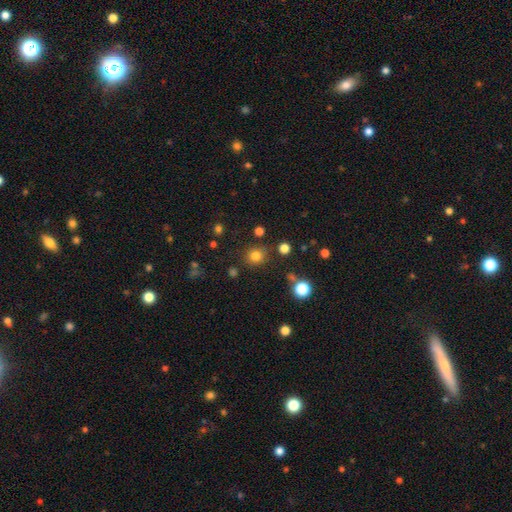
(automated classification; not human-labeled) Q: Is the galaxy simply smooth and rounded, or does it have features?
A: smooth — 80%.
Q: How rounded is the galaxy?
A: round — 88%.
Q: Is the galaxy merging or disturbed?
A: none — 84%.